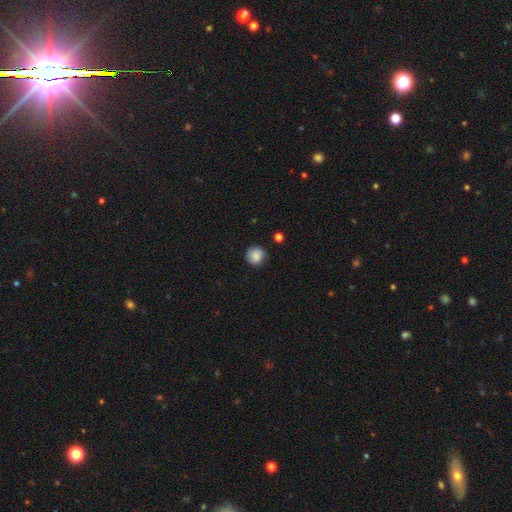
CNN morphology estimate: type=smooth (86%); roundness=round (92%); merging=none (82%).